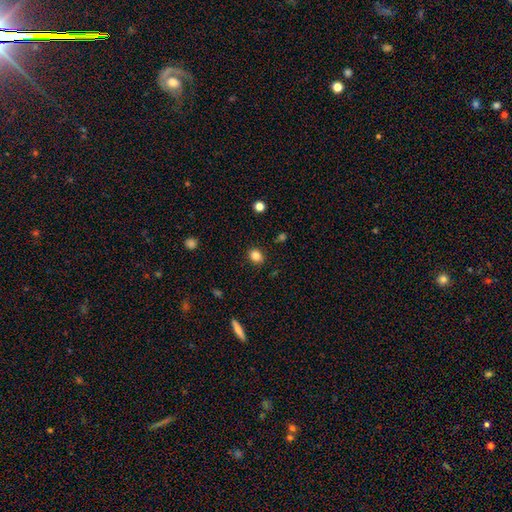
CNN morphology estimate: Q: Smooth or featured?
A: smooth (85%); runner-up: star or artifact (11%)
Q: How rounded?
A: round (50%); runner-up: in between (48%)
Q: Merging?
A: none (88%); runner-up: minor disturbance (9%)